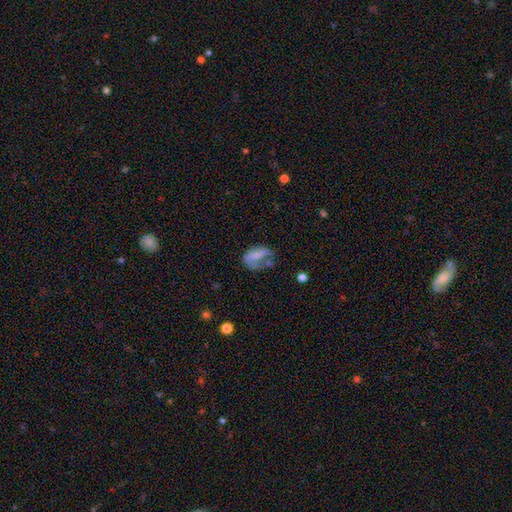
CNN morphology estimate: The model was most divided on "smooth or featured": smooth: 49%, featured or disk: 41%, star or artifact: 10%. Remaining: merging — major disturbance (43%).